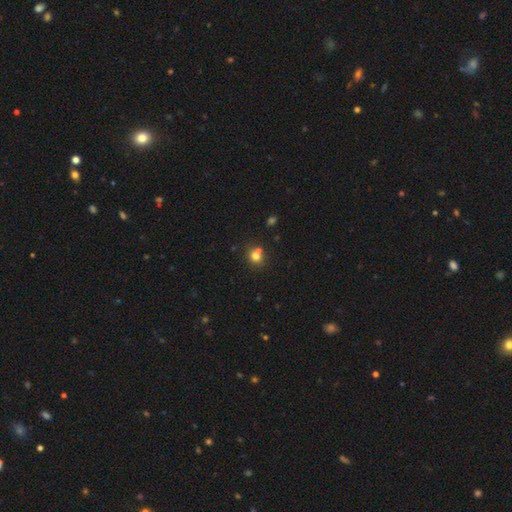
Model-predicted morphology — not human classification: Q: Smooth or featured?
A: smooth (76%); runner-up: star or artifact (14%)
Q: How rounded?
A: round (82%); runner-up: in between (17%)
Q: Merging?
A: none (58%); runner-up: merger (29%)